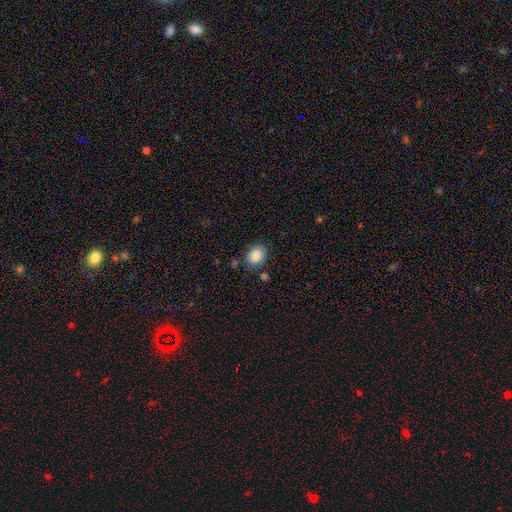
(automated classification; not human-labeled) Smooth or featured: smooth — 86% (star or artifact — 8%)
How rounded: in between — 55% (round — 44%)
Merging: none — 79% (minor disturbance — 13%)